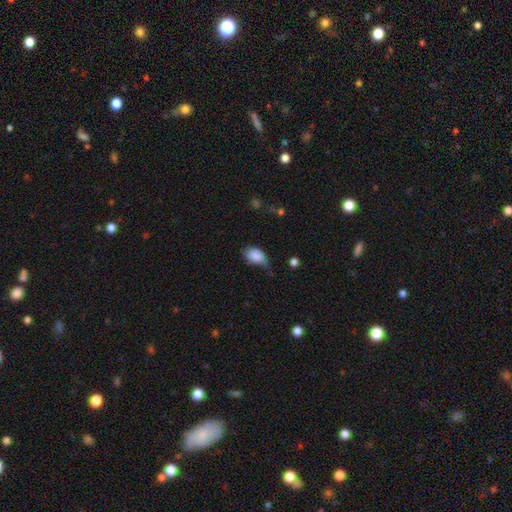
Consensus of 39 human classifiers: Smooth or featured: smooth — 90% (featured or disk — 5%)
How rounded: in between — 91% (round — 9%)
Merging: none — 43% (tied with minor disturbance — 43%)